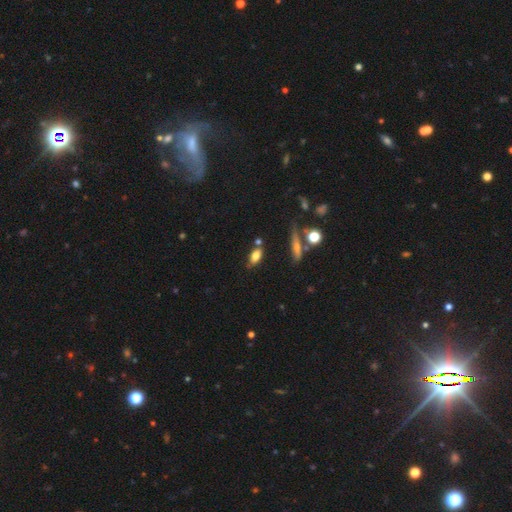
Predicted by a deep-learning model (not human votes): Overall: smooth (75%). How rounded: in between (82%). Merging: none (68%).